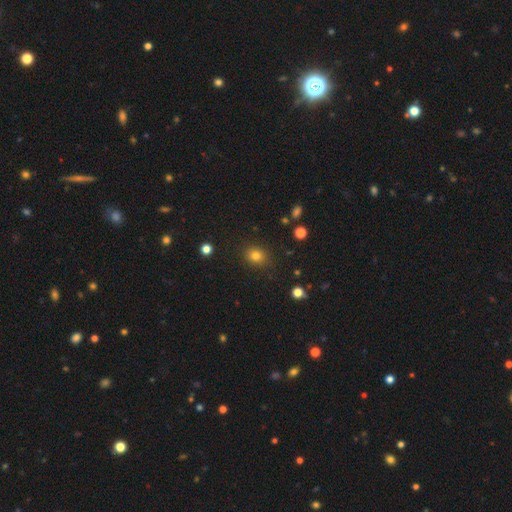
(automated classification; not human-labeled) Morphology: type=smooth (81%); roundness=round (59%); merging=none (86%).